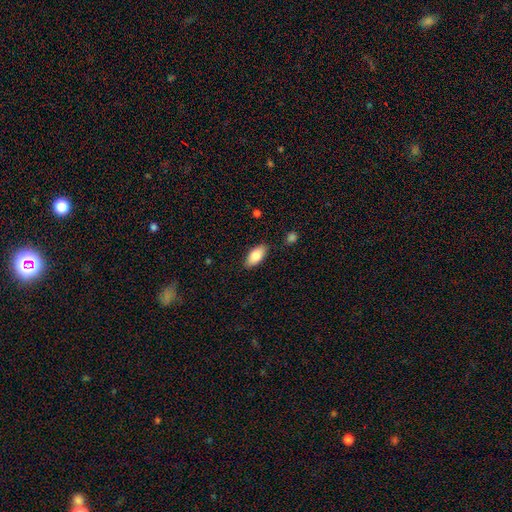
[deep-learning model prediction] smooth_or_featured: smooth (p=0.83) [alt: featured or disk p=0.10]
how_rounded: in between (p=0.91) [alt: cigar-shaped p=0.06]
merging: none (p=0.85) [alt: minor disturbance p=0.11]